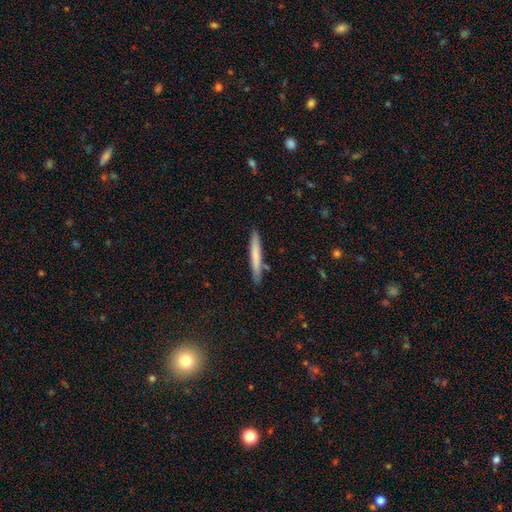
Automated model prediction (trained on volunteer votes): Smooth or featured: smooth — 72% (featured or disk — 22%)
How rounded: cigar-shaped — 96% (in between — 3%)
Merging: none — 87% (minor disturbance — 9%)